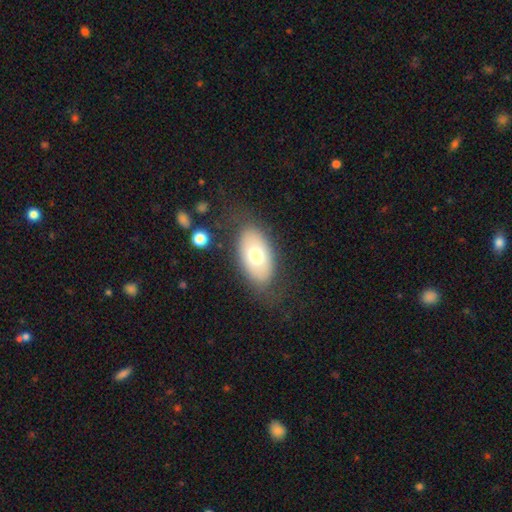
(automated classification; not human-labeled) Morphology: type=smooth (66%); roundness=in between (92%); merging=none (77%).